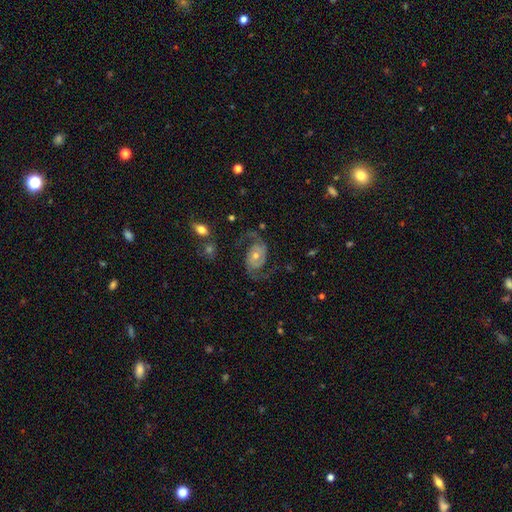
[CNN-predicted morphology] This appears to be a featured or disk galaxy (87%) with no bar (65%), 2 (93%) medium (50%) spiral arms (97%) and a moderate central bulge (51%). Merging: none (74%).